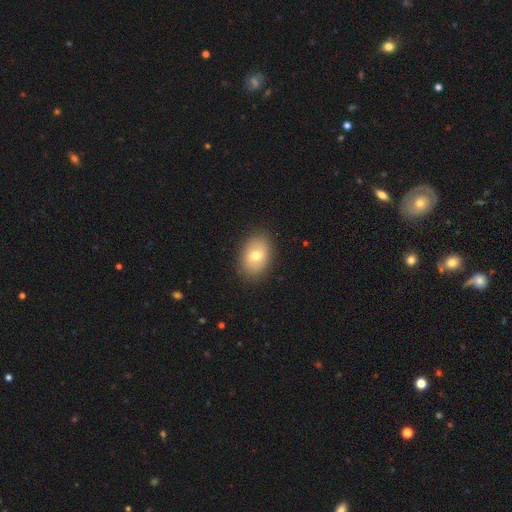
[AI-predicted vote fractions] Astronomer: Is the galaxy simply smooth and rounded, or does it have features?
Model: smooth — 70%.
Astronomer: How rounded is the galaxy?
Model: in between — 79%.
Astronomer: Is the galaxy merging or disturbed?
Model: none — 87%.